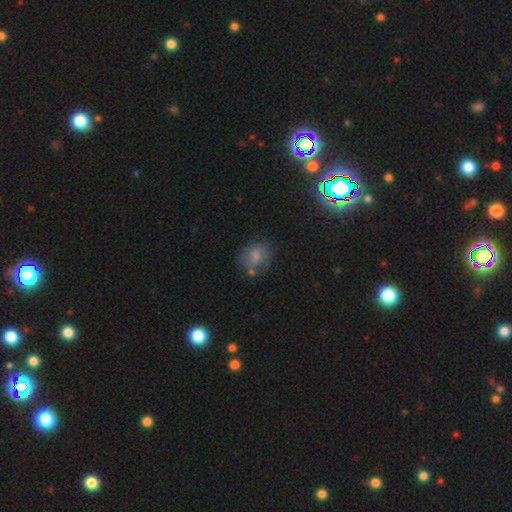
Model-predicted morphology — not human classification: A smooth galaxy with no disk features (69%) that is round (59%). Merging: none (60%).